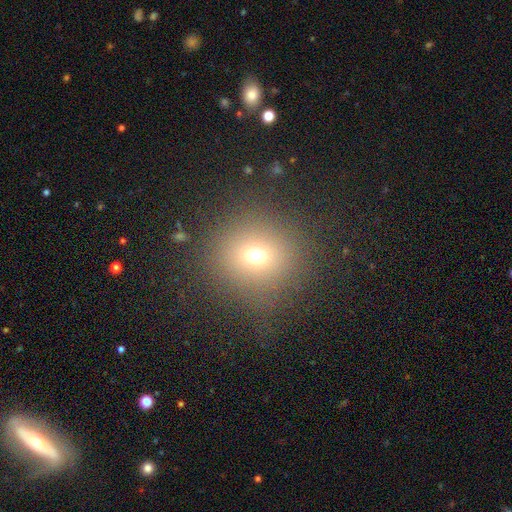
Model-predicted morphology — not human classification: This is likely a smooth galaxy (68%). How rounded: clearly round (89%). Merging: clearly none (84%).